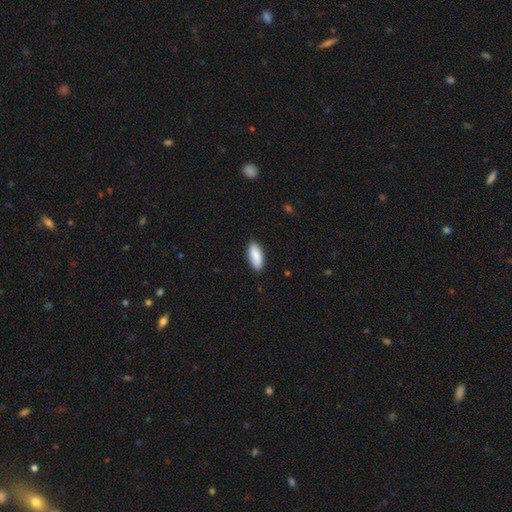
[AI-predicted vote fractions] Morphology: type=smooth (90%); roundness=in between (81%); merging=none (88%).